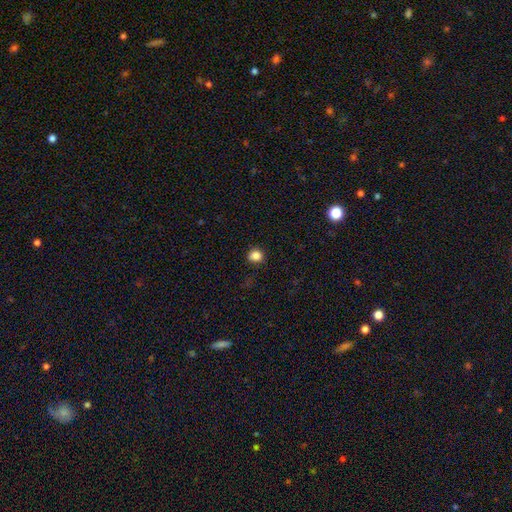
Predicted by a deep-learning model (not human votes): smooth 85%, star or artifact 12%, featured or disk 4%. Down the decision tree: how rounded — round (83%); merging — none (88%).